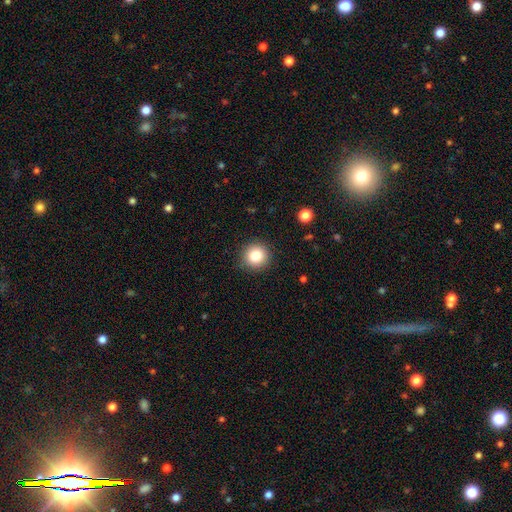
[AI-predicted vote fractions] This is clearly a smooth galaxy (82%). How rounded: clearly round (95%). Merging: clearly none (90%).